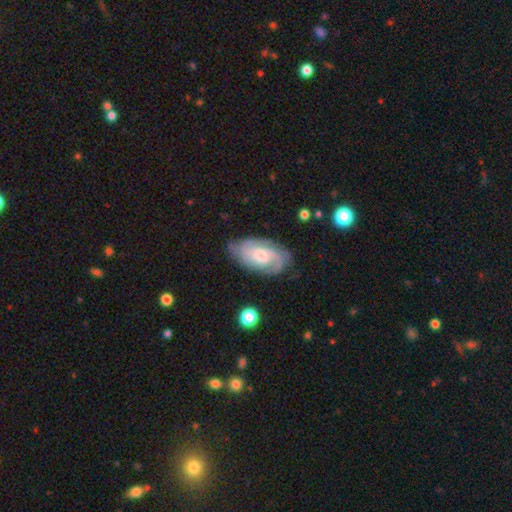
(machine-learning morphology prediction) smooth-or-featured: featured or disk: 77% | smooth: 17% | star or artifact: 6%
  disk-edge-on: no: 95% | yes: 5%
    bar: no: 62% | weak: 33% | strong: 5%
    has-spiral-arms: yes: 94% | no: 6%
      spiral-winding: tight: 54% | medium: 36% | loose: 10%
      spiral-arm-count: 2: 42% | can't tell: 27% | 3: 17% | 1: 8% | 4: 4% | more than 4: 3%
    bulge-size: moderate: 49% | small: 42% | large: 5% | none: 3% | dominant: 1%
  merging: none: 74% | minor disturbance: 19% | major disturbance: 6% | merger: 1%